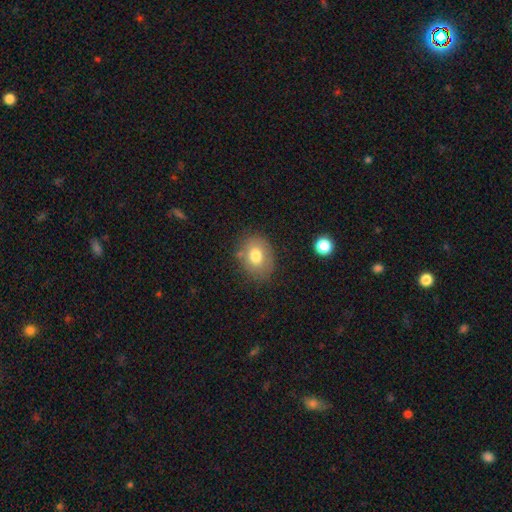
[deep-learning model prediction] Overall: smooth (75%). How rounded: in between (57%; round 42%). Merging: none (74%).